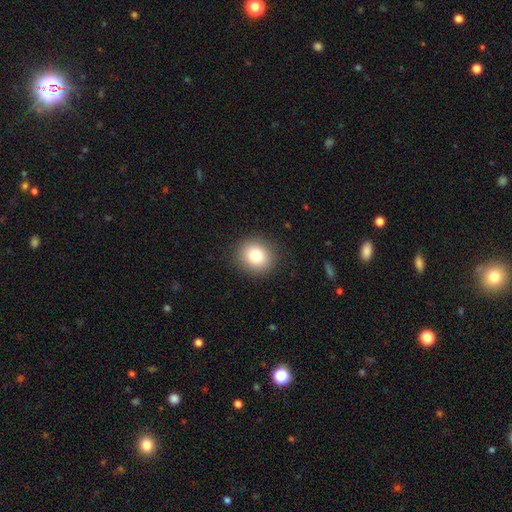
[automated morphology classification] smooth-or-featured: smooth: 81% | star or artifact: 10% | featured or disk: 8%
  how-rounded: round: 85% | in between: 14% | cigar-shaped: 1%
  merging: none: 90% | minor disturbance: 7% | major disturbance: 2% | merger: 1%